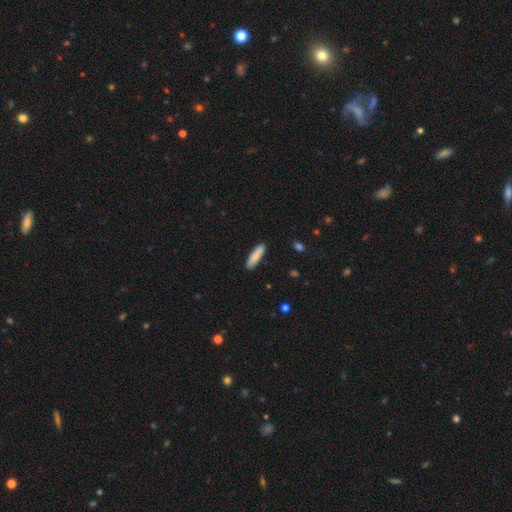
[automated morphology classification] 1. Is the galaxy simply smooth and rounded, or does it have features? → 81% smooth, 13% featured or disk, 6% star or artifact.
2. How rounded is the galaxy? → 72% cigar-shaped, 27% in between, 2% round.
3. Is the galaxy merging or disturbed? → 88% none, 9% minor disturbance, 2% major disturbance, 1% merger.